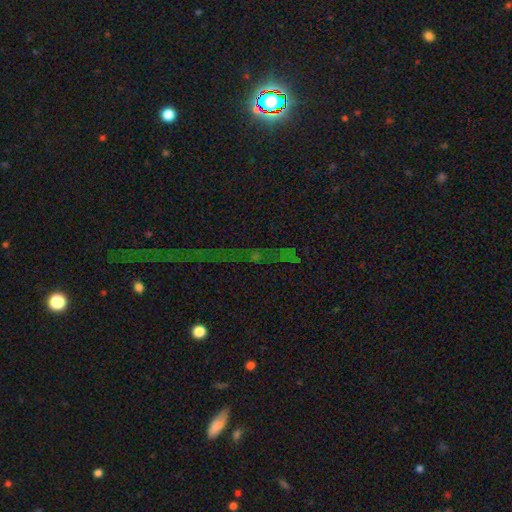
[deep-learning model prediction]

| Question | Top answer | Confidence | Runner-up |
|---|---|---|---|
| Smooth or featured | star or artifact | 76% | smooth (12%) |